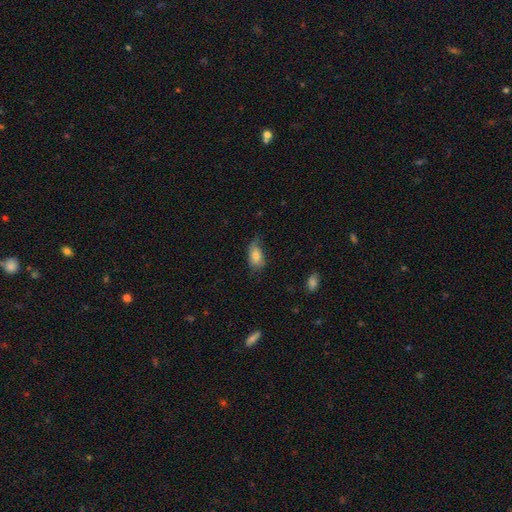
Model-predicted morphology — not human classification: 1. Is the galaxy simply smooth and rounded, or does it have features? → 79% smooth, 14% featured or disk, 8% star or artifact.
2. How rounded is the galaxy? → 91% in between, 5% round, 4% cigar-shaped.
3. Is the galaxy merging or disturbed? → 51% none, 34% minor disturbance, 13% major disturbance, 2% merger.